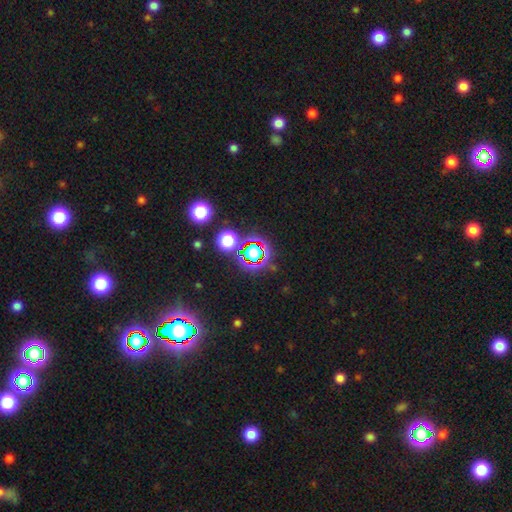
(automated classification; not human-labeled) The model was most divided on "smooth or featured": star or artifact: 67%, smooth: 23%, featured or disk: 10%.